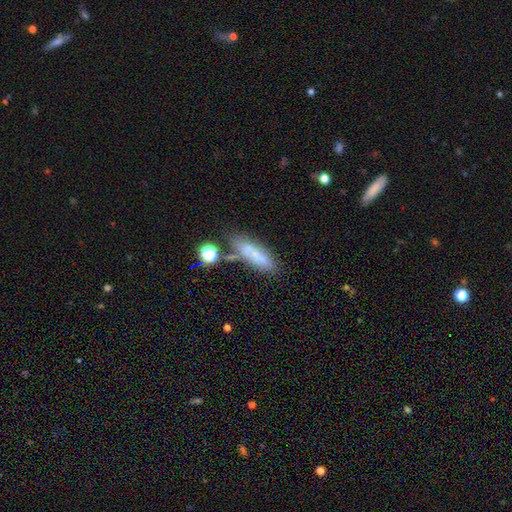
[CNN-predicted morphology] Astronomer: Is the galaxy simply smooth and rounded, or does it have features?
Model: smooth — 66%.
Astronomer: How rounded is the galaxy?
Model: cigar-shaped — 49% (runner-up: in between, 47%).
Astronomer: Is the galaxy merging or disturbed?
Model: none — 56%.